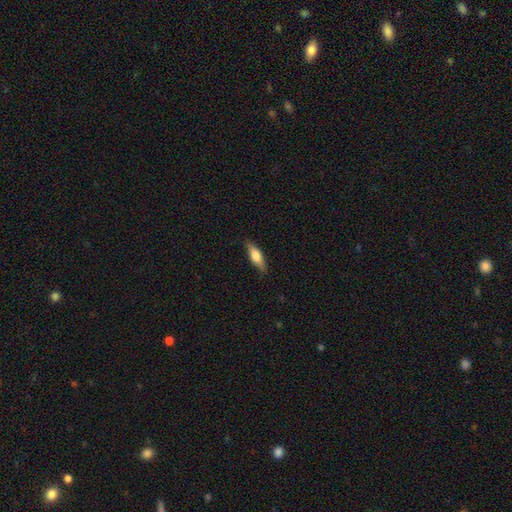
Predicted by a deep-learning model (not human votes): Overall: smooth (64%; featured or disk 30%). How rounded: in between (50%; cigar-shaped 47%). Merging: none (83%).